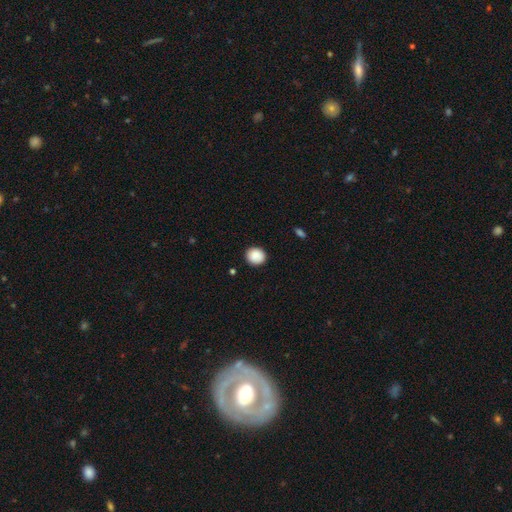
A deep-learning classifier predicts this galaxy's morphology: The model was most divided on "how rounded": round: 85%, in between: 14%, cigar-shaped: 1%. More confident: merging — none (90%); smooth or featured — smooth (89%).